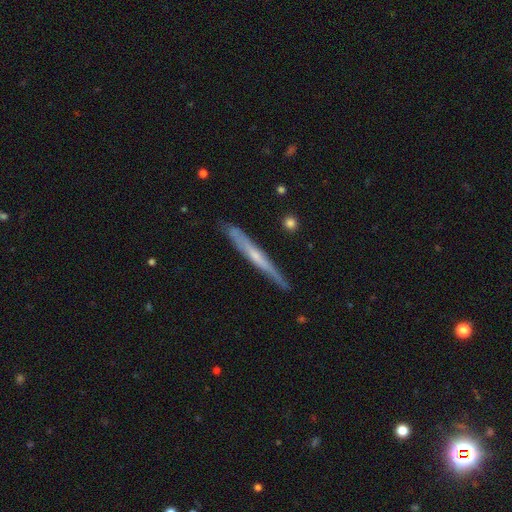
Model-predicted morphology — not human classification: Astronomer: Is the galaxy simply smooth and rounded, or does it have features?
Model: featured or disk — 60%.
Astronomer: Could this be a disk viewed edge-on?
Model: yes — 94%.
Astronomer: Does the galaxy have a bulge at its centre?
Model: none — 60%.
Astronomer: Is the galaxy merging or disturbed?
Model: none — 83%.